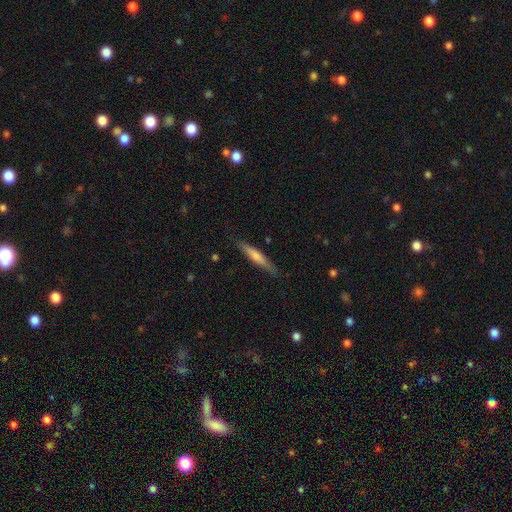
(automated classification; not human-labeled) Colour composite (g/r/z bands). It shows a smooth galaxy with no disk features (48%). Merging: none (86%).